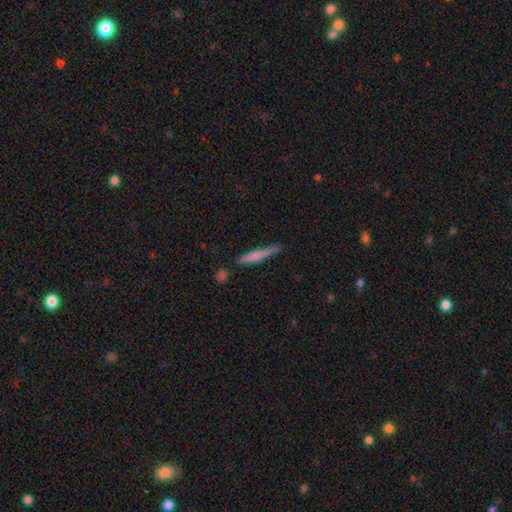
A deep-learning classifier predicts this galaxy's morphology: Q: Smooth or featured?
A: smooth (67%); runner-up: featured or disk (27%)
Q: How rounded?
A: cigar-shaped (93%); runner-up: in between (5%)
Q: Merging?
A: none (72%); runner-up: minor disturbance (20%)